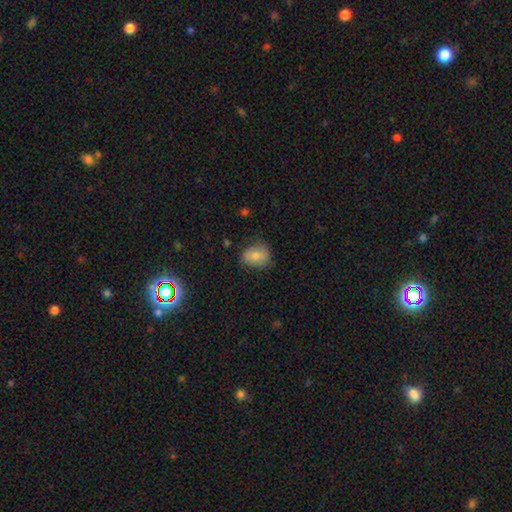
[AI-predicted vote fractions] Smooth or featured? Predicted: smooth (p=0.77). How rounded? Predicted: in between (p=0.54). Merging? Predicted: none (p=0.69).